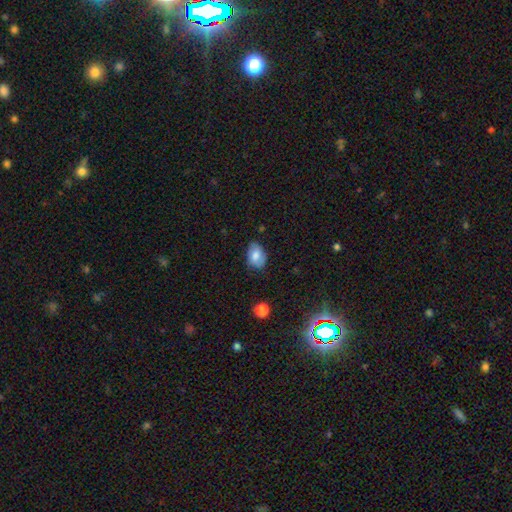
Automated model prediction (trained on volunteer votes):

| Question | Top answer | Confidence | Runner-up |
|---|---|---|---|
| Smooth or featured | smooth | 78% | featured or disk (14%) |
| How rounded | in between | 84% | round (15%) |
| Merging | none | 70% | minor disturbance (25%) |